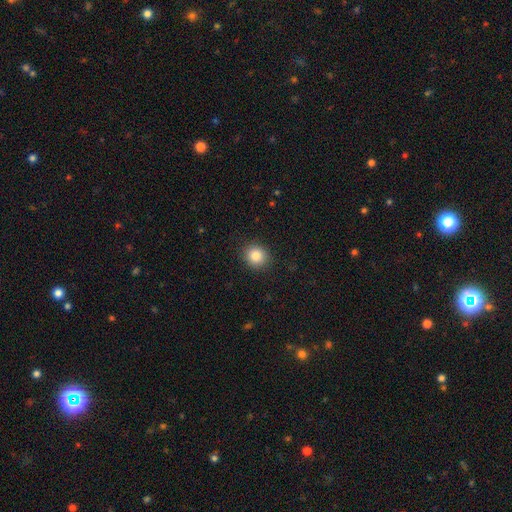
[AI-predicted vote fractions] Smooth or featured? Predicted: smooth (p=0.84). How rounded? Predicted: round (p=0.82). Merging? Predicted: none (p=0.90).